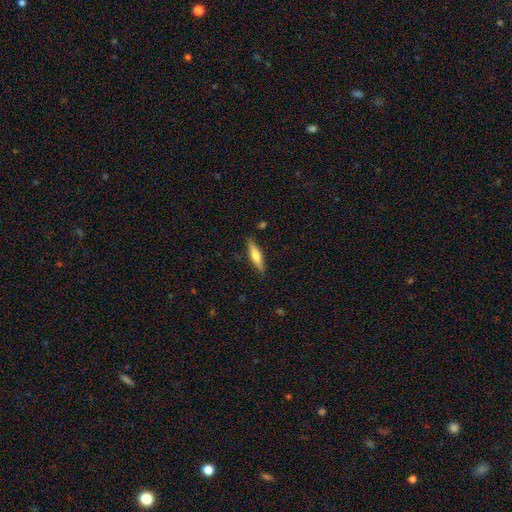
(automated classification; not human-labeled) Smooth or featured? smooth (51%)
How rounded? cigar-shaped (74%)
Merging? none (87%)